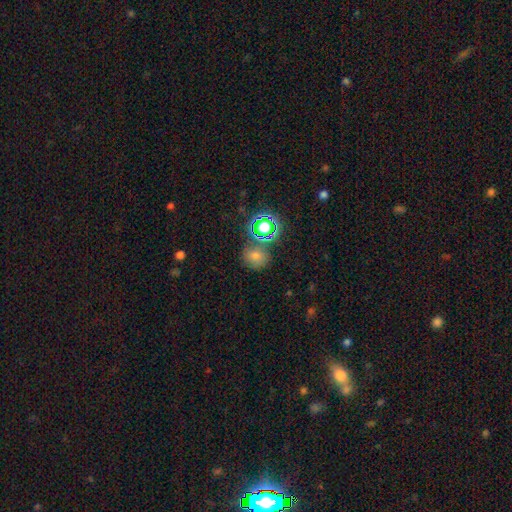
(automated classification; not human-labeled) smooth_or_featured: smooth (p=0.54) [alt: star or artifact p=0.36]
how_rounded: round (p=0.77) [alt: in between p=0.22]
merging: none (p=0.75) [alt: minor disturbance p=0.11]